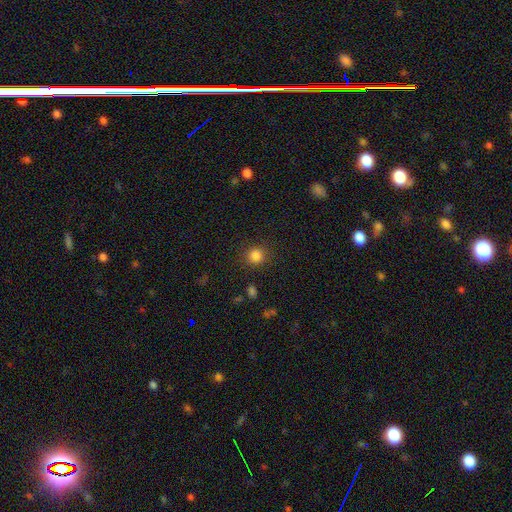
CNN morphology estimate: smooth 84%, star or artifact 12%, featured or disk 4%. Down the decision tree: how rounded — round (90%); merging — none (88%).